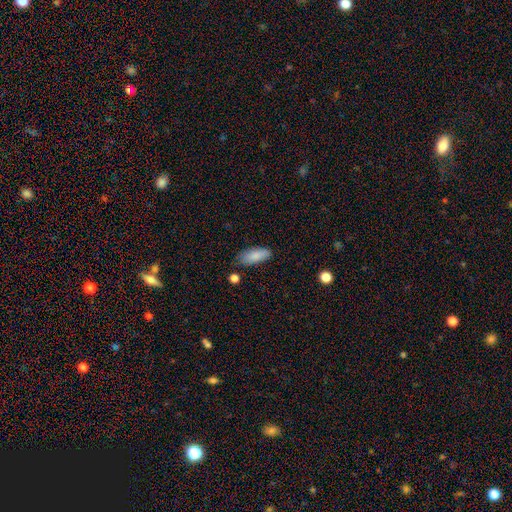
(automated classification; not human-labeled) This is clearly a smooth galaxy (85%). How rounded: likely in between (79%). Merging: likely none (71%).